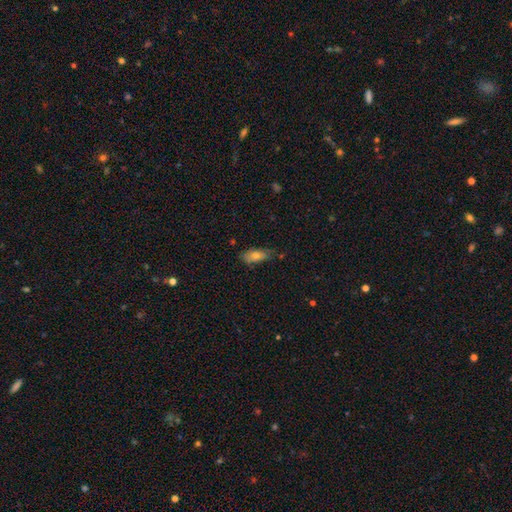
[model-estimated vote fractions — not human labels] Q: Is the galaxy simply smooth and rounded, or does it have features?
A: smooth — 71%.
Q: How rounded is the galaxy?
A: in between — 79%.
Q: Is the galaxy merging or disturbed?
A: none — 68%.